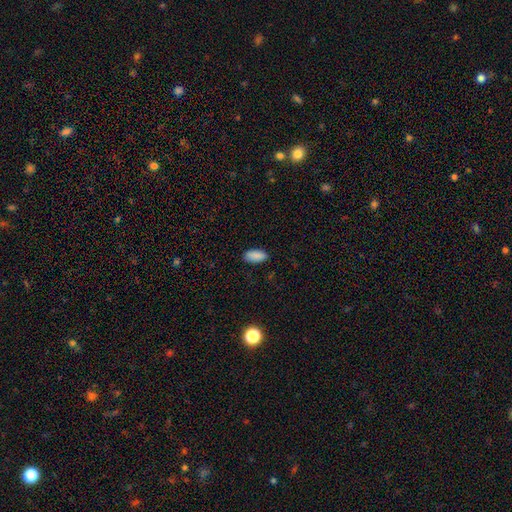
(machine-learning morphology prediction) Smooth or featured?
  - smooth: 89% *
  - star or artifact: 7%
  - featured or disk: 4%
How rounded?
  - in between: 91% *
  - cigar-shaped: 7%
  - round: 2%
Merging?
  - none: 86% *
  - minor disturbance: 10%
  - major disturbance: 2%
  - merger: 1%